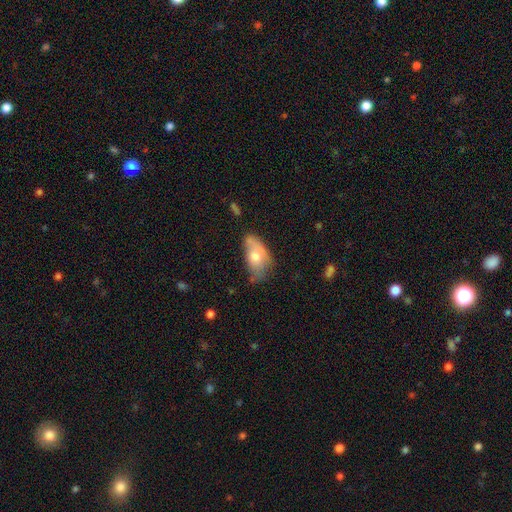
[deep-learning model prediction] A smooth galaxy with no disk features (65%) that is in between round and cigar-shaped (90%). Merging: minor disturbance (38%).